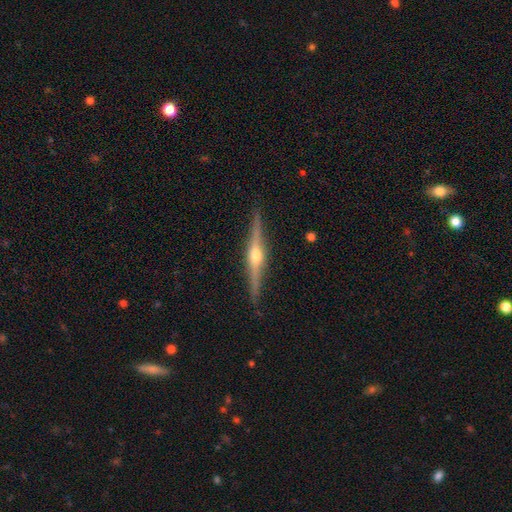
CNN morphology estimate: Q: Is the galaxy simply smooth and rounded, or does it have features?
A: featured or disk — 83%.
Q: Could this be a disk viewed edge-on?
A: yes — 98%.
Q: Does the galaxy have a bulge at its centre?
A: rounded — 93%.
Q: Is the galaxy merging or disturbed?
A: none — 91%.